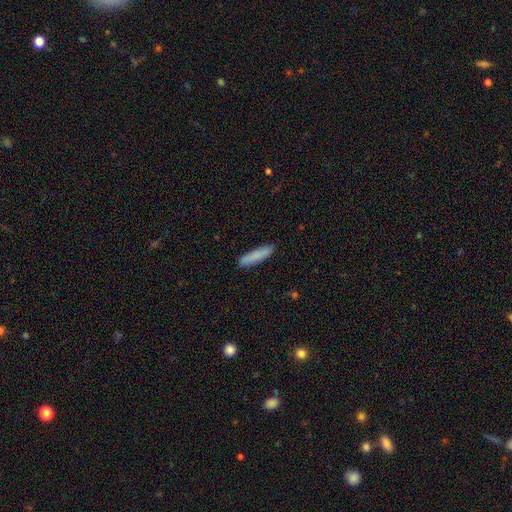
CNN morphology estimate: Smooth or featured: smooth — 84% (featured or disk — 10%)
How rounded: cigar-shaped — 85% (in between — 14%)
Merging: none — 87% (minor disturbance — 10%)